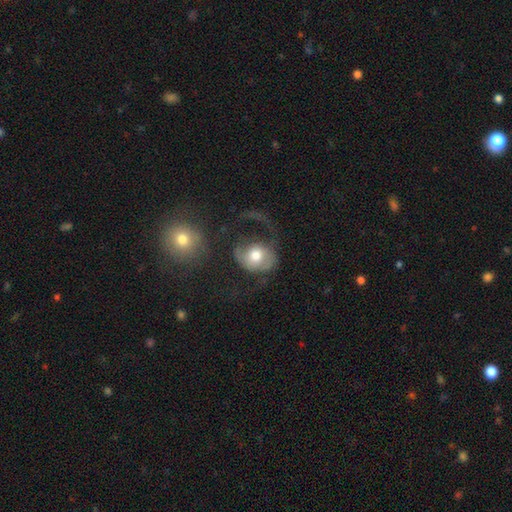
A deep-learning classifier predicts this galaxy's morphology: This appears to be a smooth galaxy with no disk features (48%). Merging: major disturbance (53%).